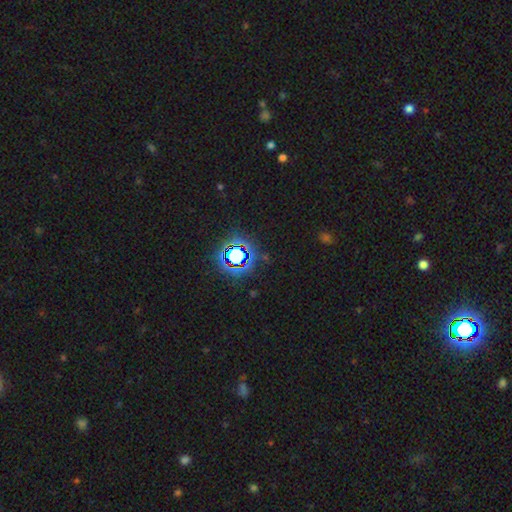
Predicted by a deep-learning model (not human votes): Smooth or featured? star or artifact (80%)